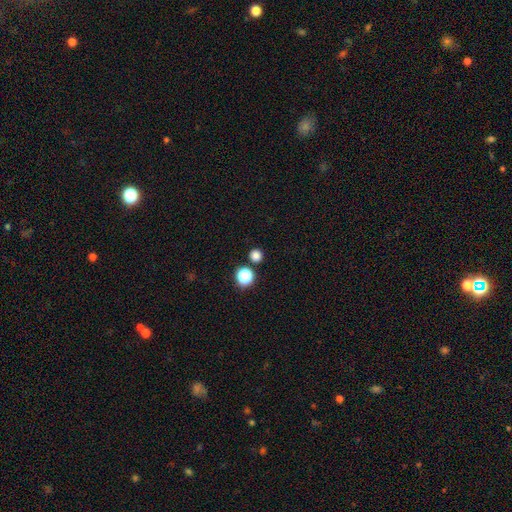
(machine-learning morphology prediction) smooth-or-featured: smooth: 77% | star or artifact: 19% | featured or disk: 4%
  how-rounded: round: 93% | in between: 6% | cigar-shaped: 1%
  merging: none: 85% | minor disturbance: 6% | merger: 6% | major disturbance: 2%